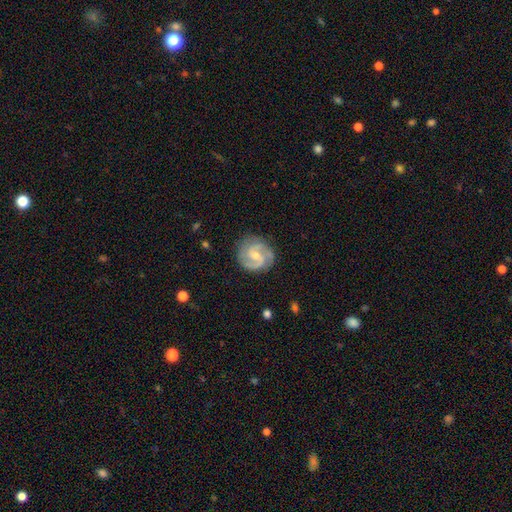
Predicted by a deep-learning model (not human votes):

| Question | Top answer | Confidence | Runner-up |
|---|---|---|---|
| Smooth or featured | featured or disk | 89% | smooth (6%) |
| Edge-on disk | no | 98% | yes (2%) |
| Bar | weak | 49% | no (38%) |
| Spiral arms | yes | 98% | no (2%) |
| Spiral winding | medium | 55% | tight (35%) |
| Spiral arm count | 2 | 86% | 3 (7%) |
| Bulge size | small | 60% | moderate (35%) |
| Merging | none | 83% | minor disturbance (12%) |